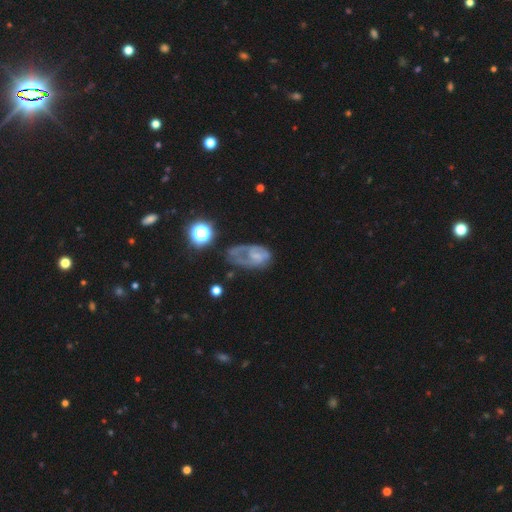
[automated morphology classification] smooth-or-featured: featured or disk: 59% | smooth: 29% | star or artifact: 12%
  disk-edge-on: no: 96% | yes: 4%
    bar: no: 74% | weak: 22% | strong: 4%
    has-spiral-arms: yes: 55% | no: 45%
    bulge-size: none: 43% | small: 33% | moderate: 19% | large: 4% | dominant: 1%
  merging: none: 37% | major disturbance: 33% | minor disturbance: 25% | merger: 5%